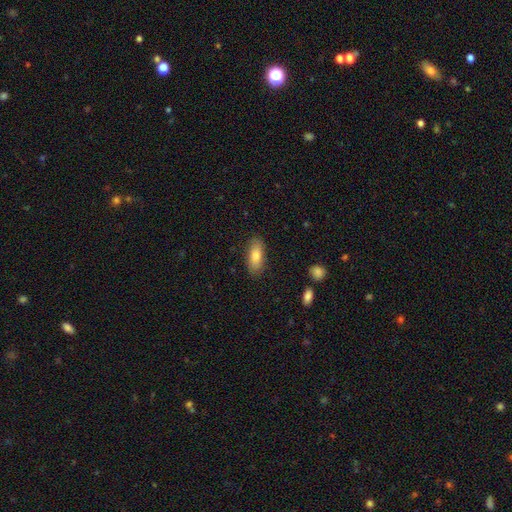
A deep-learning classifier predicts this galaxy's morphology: Q: Smooth or featured?
A: smooth (80%); runner-up: featured or disk (13%)
Q: How rounded?
A: in between (79%); runner-up: cigar-shaped (18%)
Q: Merging?
A: none (85%); runner-up: minor disturbance (11%)